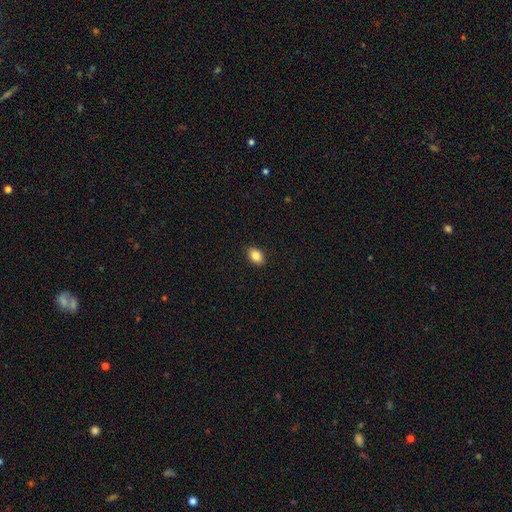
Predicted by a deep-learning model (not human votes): Smooth or featured? smooth (86%)
How rounded? in between (82%)
Merging? none (90%)